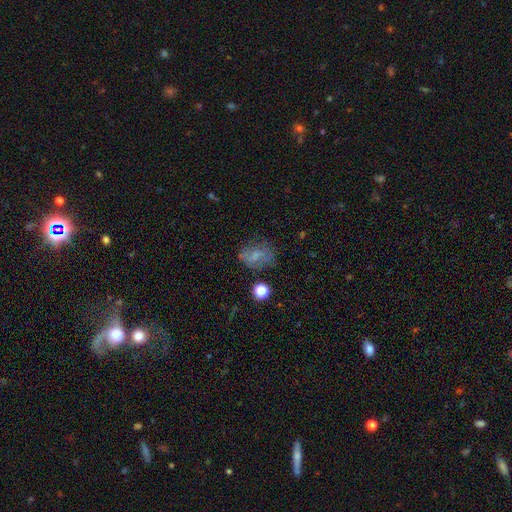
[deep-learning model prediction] Smooth or featured? Predicted: smooth (p=0.46). Merging? Predicted: none (p=0.58).